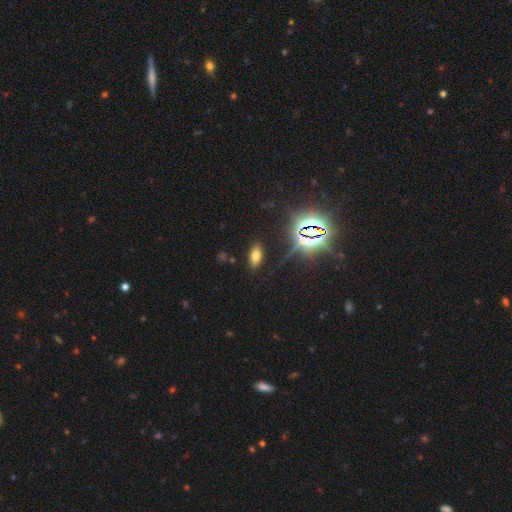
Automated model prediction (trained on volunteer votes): Smooth or featured: smooth — 62% (star or artifact — 28%)
How rounded: in between — 87% (cigar-shaped — 9%)
Merging: none — 86% (minor disturbance — 9%)